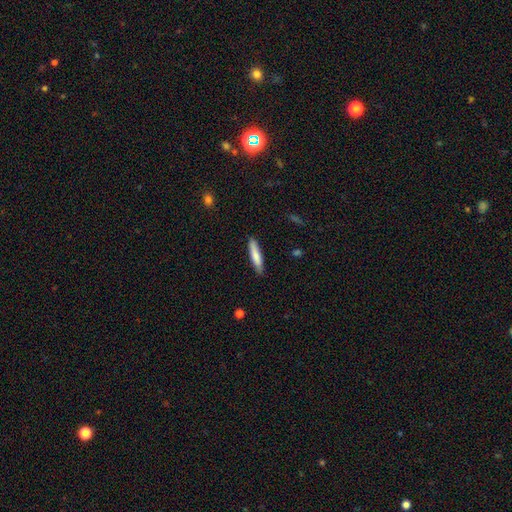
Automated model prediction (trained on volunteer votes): smooth_or_featured: smooth (p=0.78) [alt: featured or disk p=0.16]
how_rounded: cigar-shaped (p=0.84) [alt: in between p=0.15]
merging: none (p=0.87) [alt: minor disturbance p=0.10]